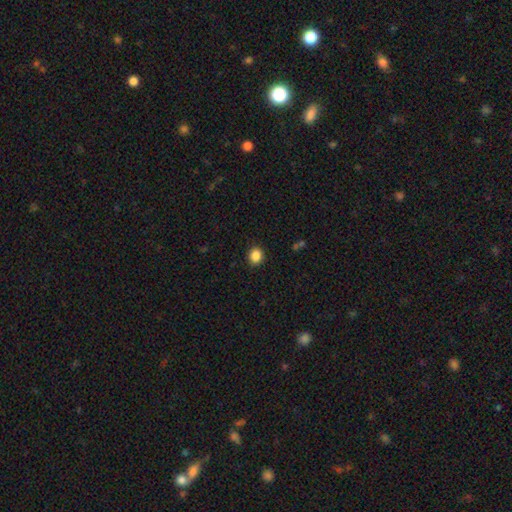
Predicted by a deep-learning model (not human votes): smooth_or_featured: smooth (p=0.87) [alt: star or artifact p=0.10]
how_rounded: round (p=0.73) [alt: in between p=0.26]
merging: none (p=0.90) [alt: minor disturbance p=0.07]